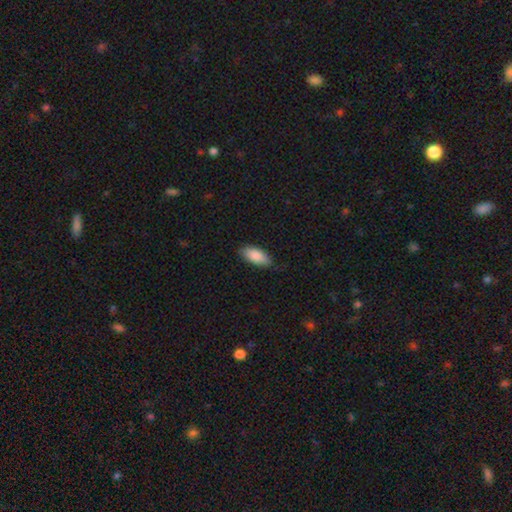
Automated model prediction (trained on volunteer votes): This is clearly a smooth galaxy (87%). How rounded: clearly in between (88%). Merging: likely none (79%).